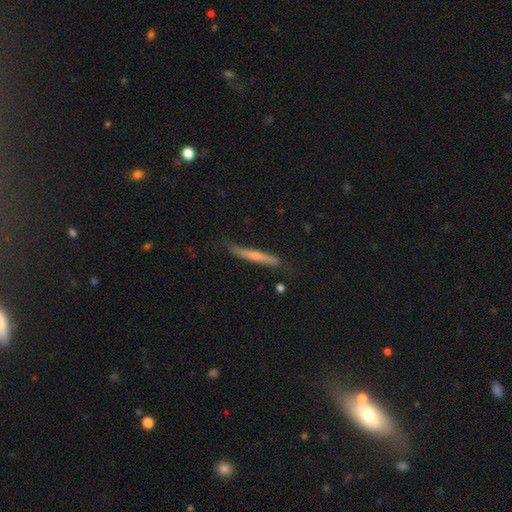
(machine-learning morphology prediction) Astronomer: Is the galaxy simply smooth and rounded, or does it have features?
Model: smooth — 53% (runner-up: featured or disk, 41%).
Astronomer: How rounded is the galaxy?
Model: cigar-shaped — 95%.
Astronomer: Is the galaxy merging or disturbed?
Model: none — 75%.